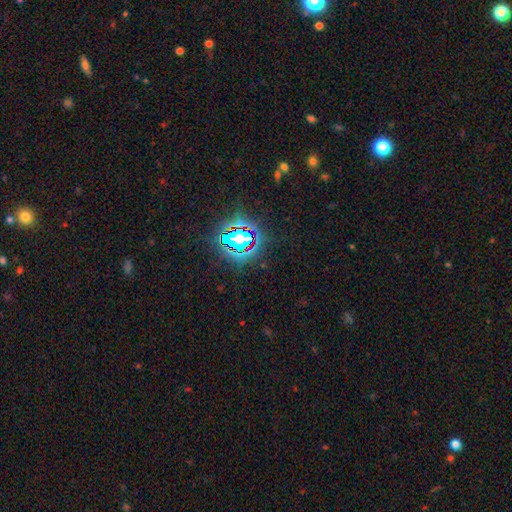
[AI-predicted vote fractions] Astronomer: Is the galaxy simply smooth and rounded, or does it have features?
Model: star or artifact — 80%.